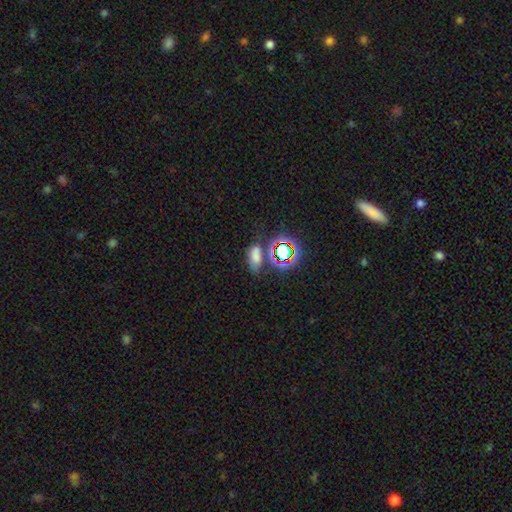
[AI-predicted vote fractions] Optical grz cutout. It shows a smooth galaxy with no disk features (61%) that is in between round and cigar-shaped (85%). Merging: none (60%).